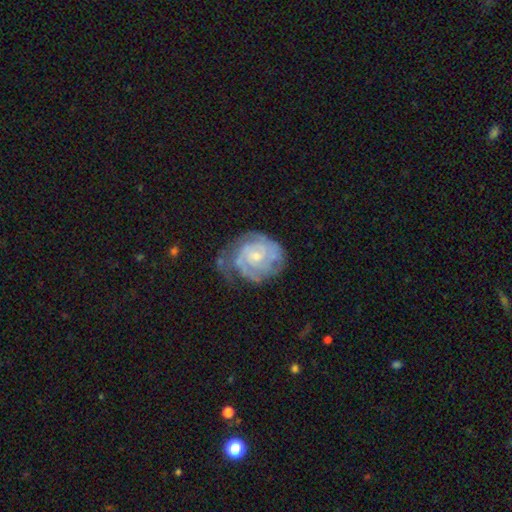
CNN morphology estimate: Smooth or featured: featured or disk — 83% (smooth — 11%)
Edge-on disk: no — 98% (yes — 2%)
Bar: no — 64% (weak — 31%)
Spiral arms: yes — 94% (no — 6%)
Spiral winding: tight — 71% (medium — 24%)
Spiral arm count: 2 — 34% (can't tell — 32%)
Bulge size: small — 60% (moderate — 33%)
Merging: none — 53% (minor disturbance — 28%)